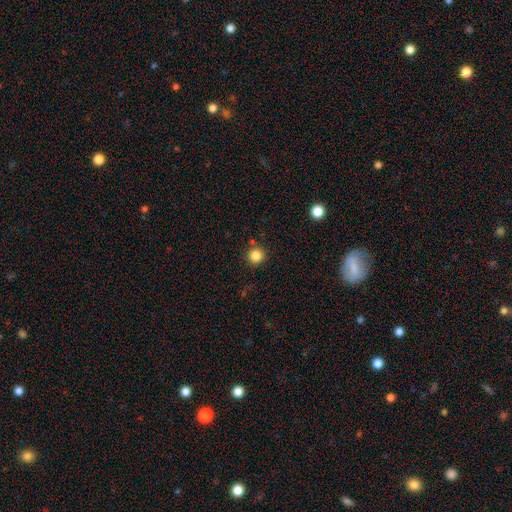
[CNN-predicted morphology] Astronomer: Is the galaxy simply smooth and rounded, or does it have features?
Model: smooth — 84%.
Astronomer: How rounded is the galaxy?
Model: round — 95%.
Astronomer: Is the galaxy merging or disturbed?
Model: none — 87%.